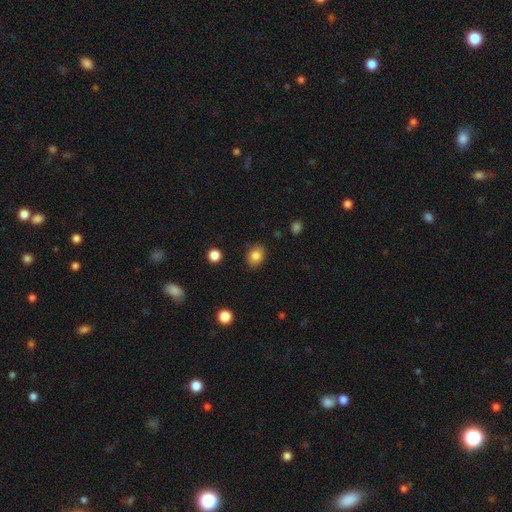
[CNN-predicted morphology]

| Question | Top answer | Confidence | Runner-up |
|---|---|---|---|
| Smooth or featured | smooth | 83% | star or artifact (10%) |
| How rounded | in between | 51% | round (49%) |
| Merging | none | 85% | minor disturbance (11%) |